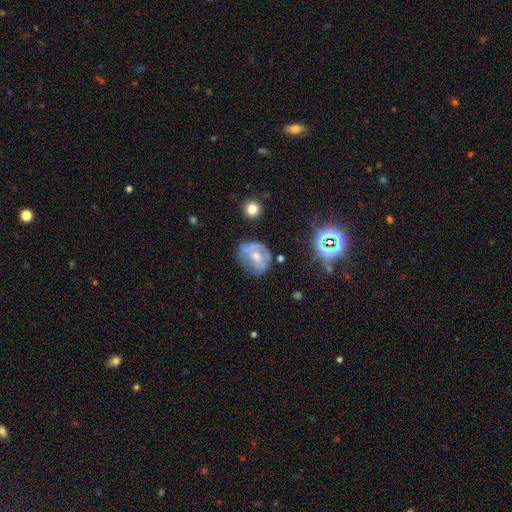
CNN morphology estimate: The model was most divided on "spiral arms": no: 57%, yes: 43%. Remaining: edge-on disk — no (96%); bar — no (68%); smooth or featured — featured or disk (57%); bulge size — moderate (55%); merging — none (47%).